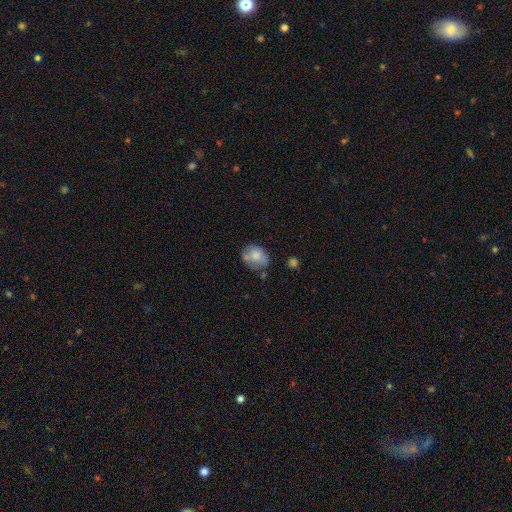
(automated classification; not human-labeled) Smooth or featured: smooth — 73% (featured or disk — 18%)
How rounded: in between — 53% (round — 46%)
Merging: none — 54% (minor disturbance — 26%)